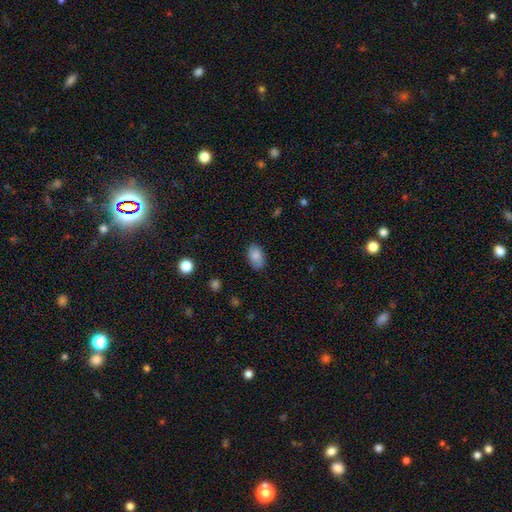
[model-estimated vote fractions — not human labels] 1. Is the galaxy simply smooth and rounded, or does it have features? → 84% smooth, 8% featured or disk, 8% star or artifact.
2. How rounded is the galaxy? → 91% in between, 8% round, 1% cigar-shaped.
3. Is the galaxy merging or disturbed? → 78% none, 17% minor disturbance, 3% major disturbance, 1% merger.